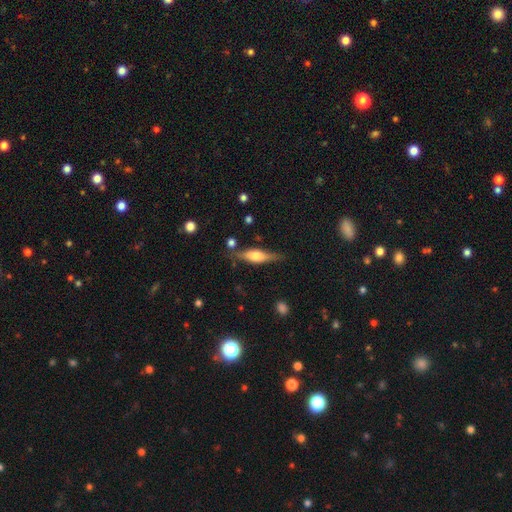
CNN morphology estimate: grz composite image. It shows a featured or disk galaxy (56%) viewed edge-on (93%) with a rounded central bulge (83%). Merging: none (76%).